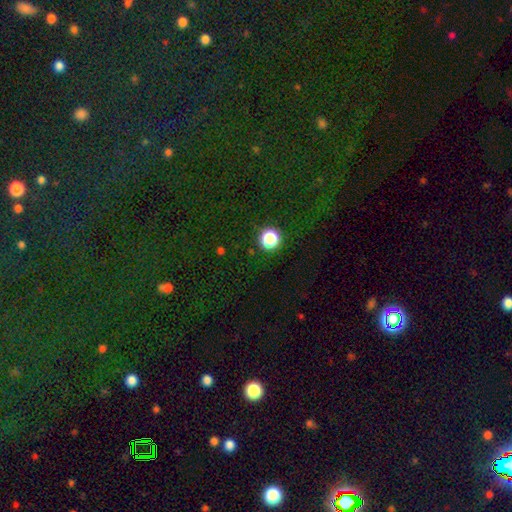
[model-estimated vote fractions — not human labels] star or artifact 72%, smooth 20%, featured or disk 8%.